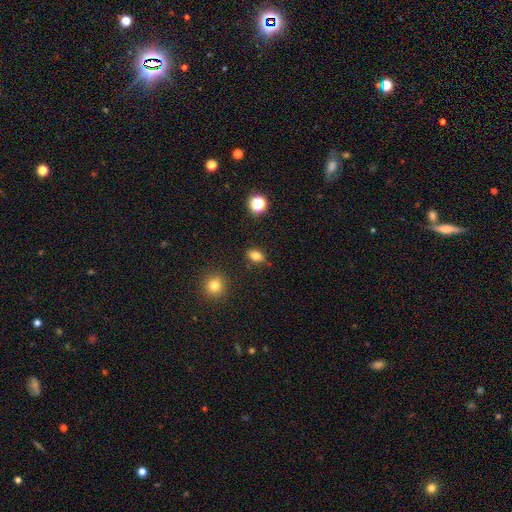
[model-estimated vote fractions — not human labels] A smooth galaxy with no disk features (79%) that is in between round and cigar-shaped (80%). Merging: none (84%).